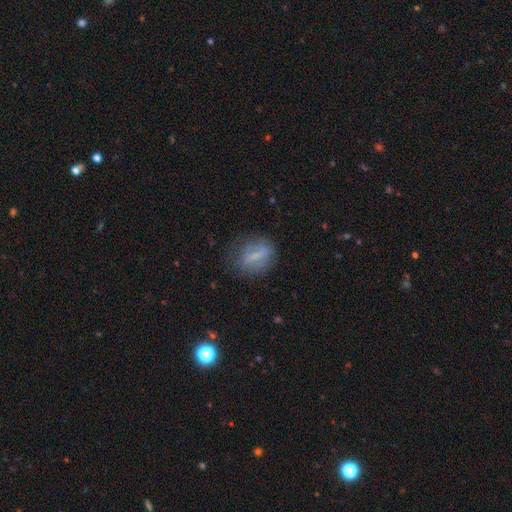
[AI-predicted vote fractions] Smooth or featured? smooth (48%)
Merging? none (67%)